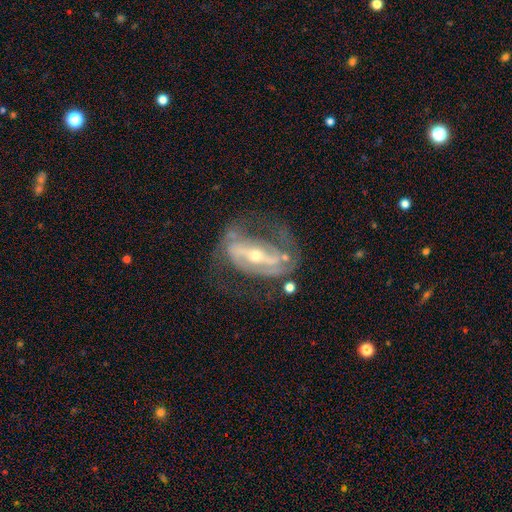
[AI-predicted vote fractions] Smooth or featured? Predicted: featured or disk (p=0.86). Edge-on disk? Predicted: no (p=0.92). Bar? Predicted: strong (p=0.64). Spiral arms? Predicted: yes (p=0.85). Spiral winding? Predicted: medium (p=0.44). Spiral arm count? Predicted: 2 (p=0.71). Bulge size? Predicted: small (p=0.59). Merging? Predicted: none (p=0.48).